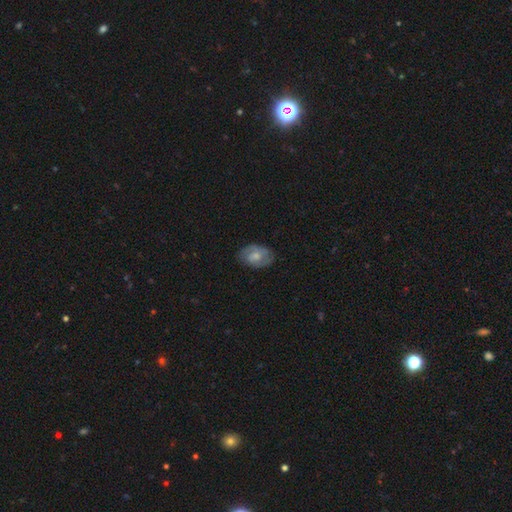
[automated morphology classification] Smooth or featured? featured or disk (51%)
Edge-on disk? no (95%)
Merging? none (79%)